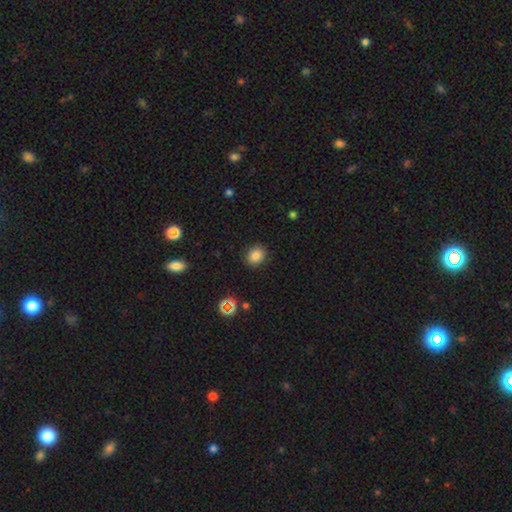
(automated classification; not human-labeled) A smooth galaxy with no disk features (81%) that is round (60%). Merging: none (88%).